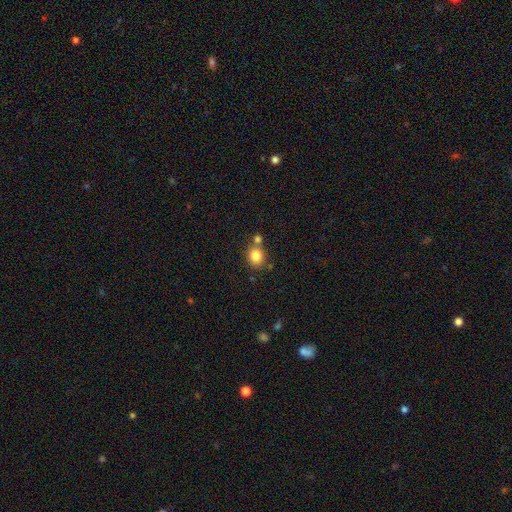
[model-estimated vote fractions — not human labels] The model was most divided on "how rounded": round: 66%, in between: 33%, cigar-shaped: 1%. More confident: smooth or featured — smooth (82%); merging — none (61%).